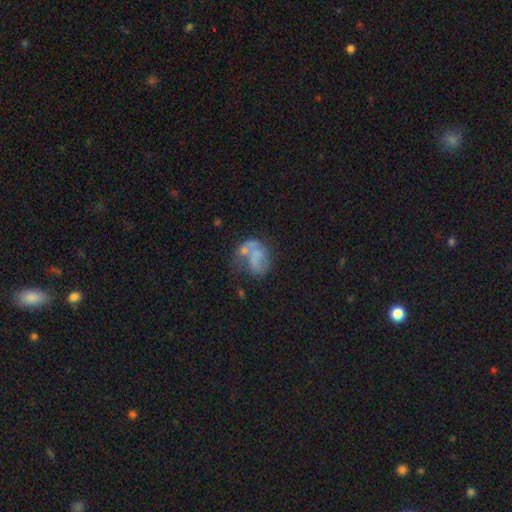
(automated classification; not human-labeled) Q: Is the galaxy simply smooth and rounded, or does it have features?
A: featured or disk — 49%.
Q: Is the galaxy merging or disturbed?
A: none — 29%, tied with major disturbance.